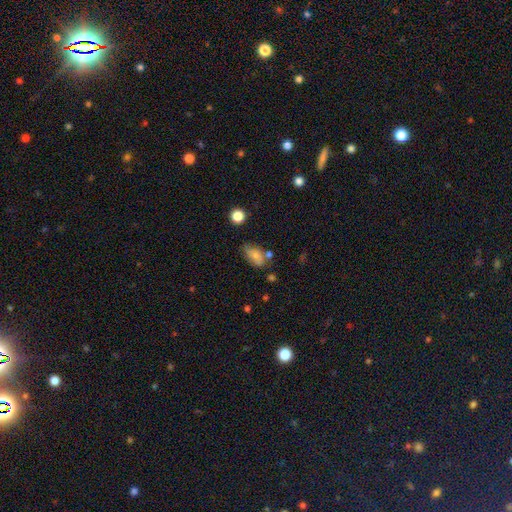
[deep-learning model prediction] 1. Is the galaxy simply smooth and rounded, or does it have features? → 62% smooth, 27% featured or disk, 11% star or artifact.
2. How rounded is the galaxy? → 86% in between, 11% round, 3% cigar-shaped.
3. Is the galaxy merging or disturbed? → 48% none, 28% minor disturbance, 12% major disturbance, 12% merger.